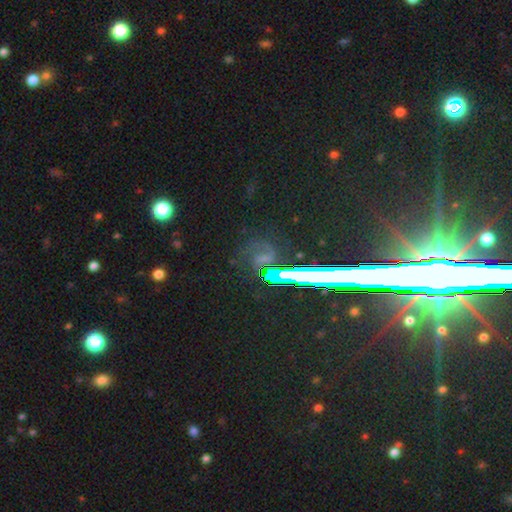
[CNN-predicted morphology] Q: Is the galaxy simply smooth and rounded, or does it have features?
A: star or artifact — 61%.